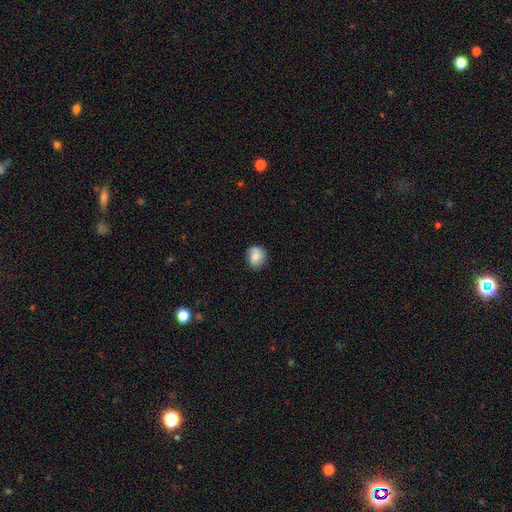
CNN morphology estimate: Overall: smooth (78%). How rounded: round (60%; in between 39%). Merging: none (74%).